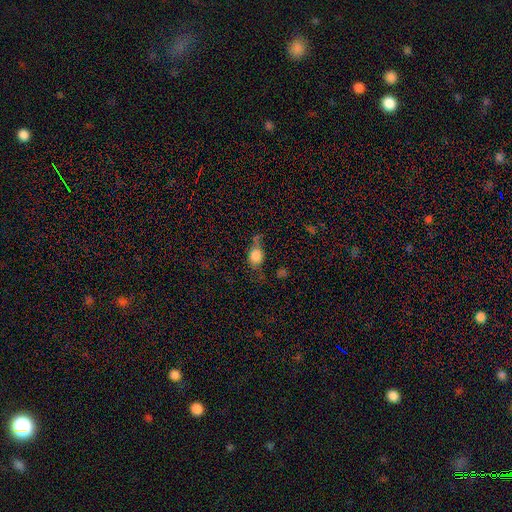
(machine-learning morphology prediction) Smooth or featured? Predicted: smooth (p=0.75). How rounded? Predicted: in between (p=0.52). Merging? Predicted: none (p=0.40).